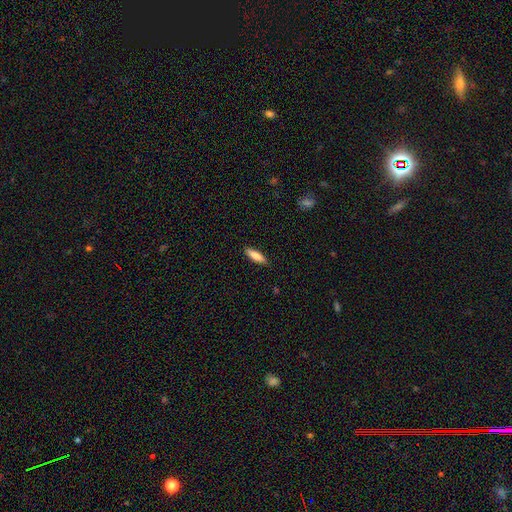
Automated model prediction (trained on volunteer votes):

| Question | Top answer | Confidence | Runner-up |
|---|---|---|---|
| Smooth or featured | smooth | 83% | featured or disk (11%) |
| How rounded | cigar-shaped | 59% | in between (39%) |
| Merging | none | 87% | minor disturbance (10%) |